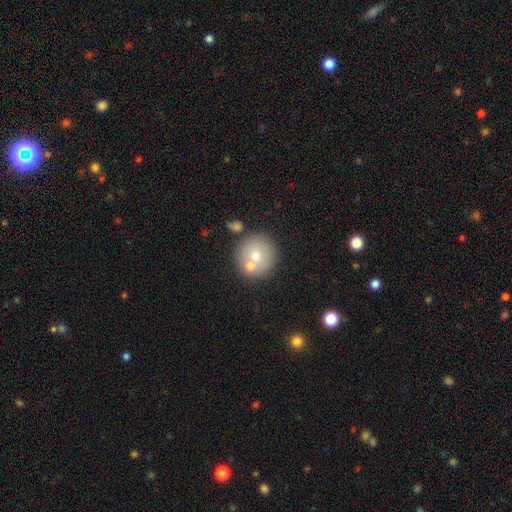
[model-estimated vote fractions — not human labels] Q: Smooth or featured?
A: smooth (66%); runner-up: featured or disk (23%)
Q: How rounded?
A: round (91%); runner-up: in between (8%)
Q: Merging?
A: none (63%); runner-up: merger (24%)